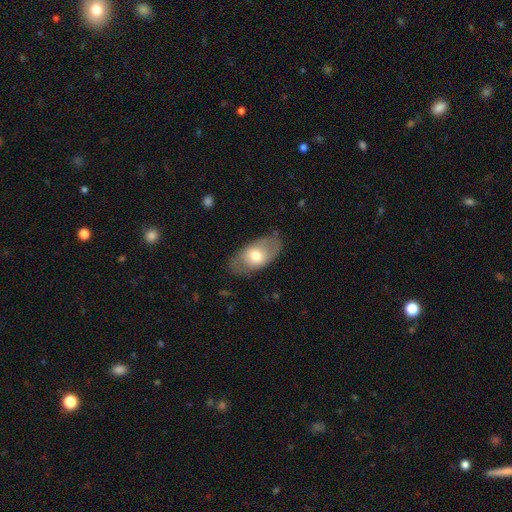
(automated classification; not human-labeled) Q: Smooth or featured?
A: smooth (60%); runner-up: featured or disk (34%)
Q: How rounded?
A: in between (91%); runner-up: round (7%)
Q: Merging?
A: none (76%); runner-up: minor disturbance (17%)